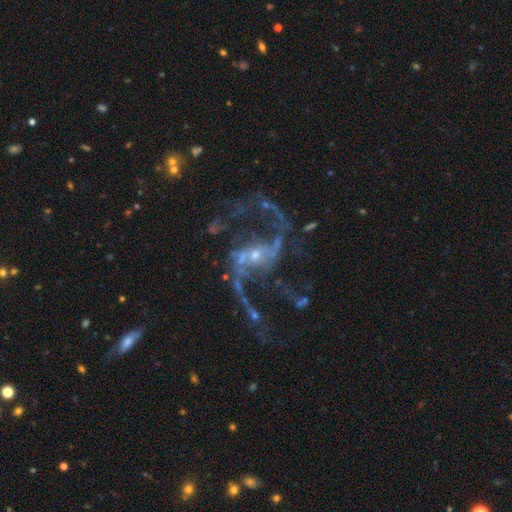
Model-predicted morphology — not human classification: smooth-or-featured: featured or disk: 91% | star or artifact: 6% | smooth: 3%
  disk-edge-on: no: 98% | yes: 2%
    bar: weak: 40% | no: 34% | strong: 26%
    has-spiral-arms: yes: 97% | no: 3%
      spiral-winding: loose: 69% | medium: 26% | tight: 5%
      spiral-arm-count: 2: 91% | 3: 2% | can't tell: 2% | 1: 2% | 4: 1% | more than 4: 1%
    bulge-size: small: 69% | moderate: 24% | none: 3% | large: 2% | dominant: 1%
  merging: none: 58% | major disturbance: 22% | minor disturbance: 15% | merger: 5%